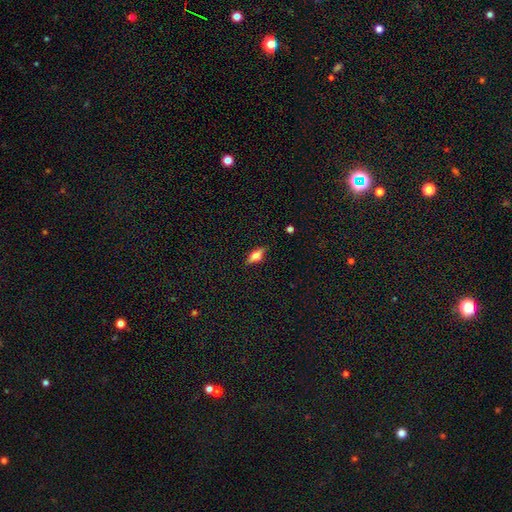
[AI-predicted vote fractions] Smooth or featured?
  - smooth: 55% *
  - featured or disk: 35%
  - star or artifact: 10%
How rounded?
  - in between: 64% *
  - cigar-shaped: 31%
  - round: 4%
Merging?
  - none: 82% *
  - minor disturbance: 13%
  - major disturbance: 3%
  - merger: 1%